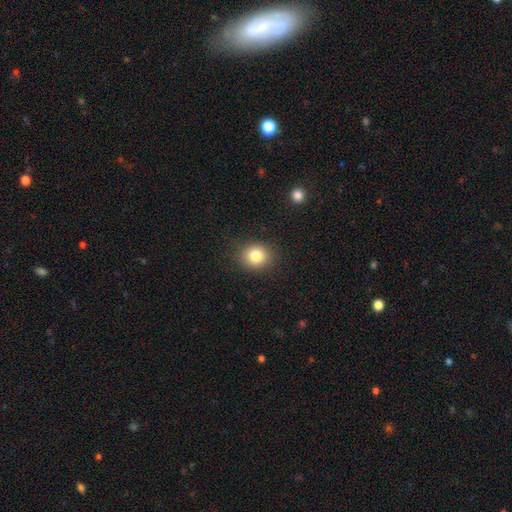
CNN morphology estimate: The model was most divided on "how rounded": round: 72%, in between: 27%, cigar-shaped: 1%. More confident: merging — none (88%); smooth or featured — smooth (82%).